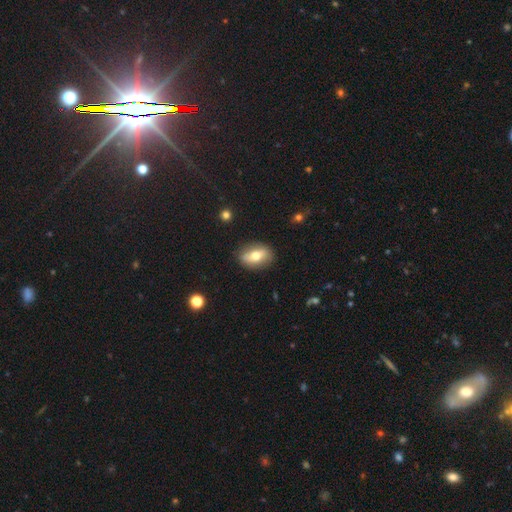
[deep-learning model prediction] smooth 60%, featured or disk 33%, star or artifact 7%. Down the decision tree: how rounded — in between (80%); merging — none (84%).